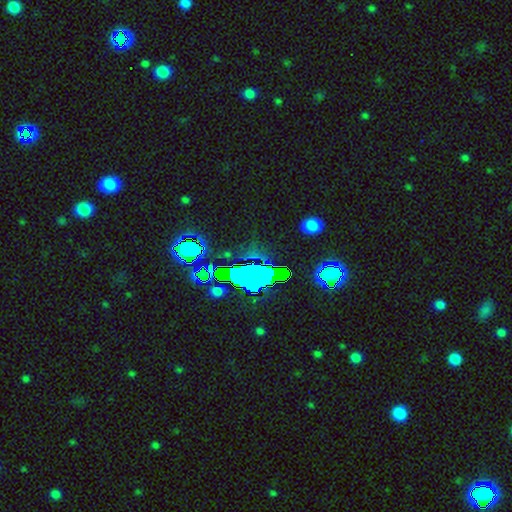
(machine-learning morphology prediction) A star or artifact, not a galaxy (69%).